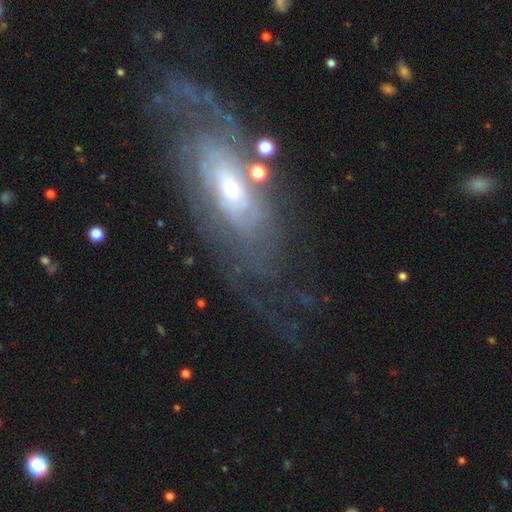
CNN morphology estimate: Smooth or featured: featured or disk — 85% (smooth — 8%)
Edge-on disk: no — 91% (yes — 9%)
Bar: no — 58% (weak — 30%)
Spiral arms: yes — 94% (no — 6%)
Spiral winding: tight — 62% (medium — 29%)
Spiral arm count: can't tell — 39% (2 — 29%)
Bulge size: small — 49% (moderate — 41%)
Merging: none — 71% (minor disturbance — 16%)